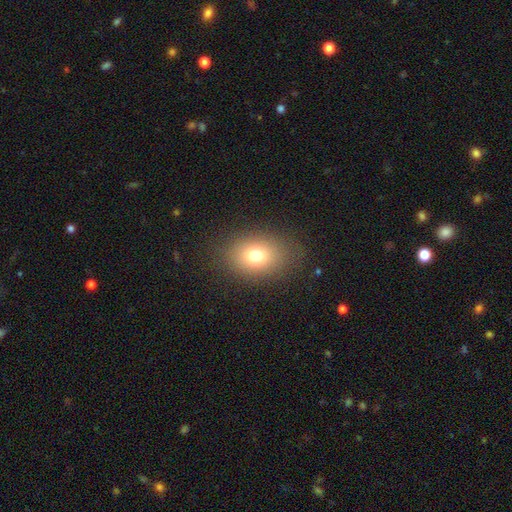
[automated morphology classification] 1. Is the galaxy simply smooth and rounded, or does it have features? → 75% smooth, 13% star or artifact, 12% featured or disk.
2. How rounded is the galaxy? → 72% in between, 27% round, 1% cigar-shaped.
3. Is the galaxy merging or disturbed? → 82% none, 12% minor disturbance, 6% major disturbance, 1% merger.